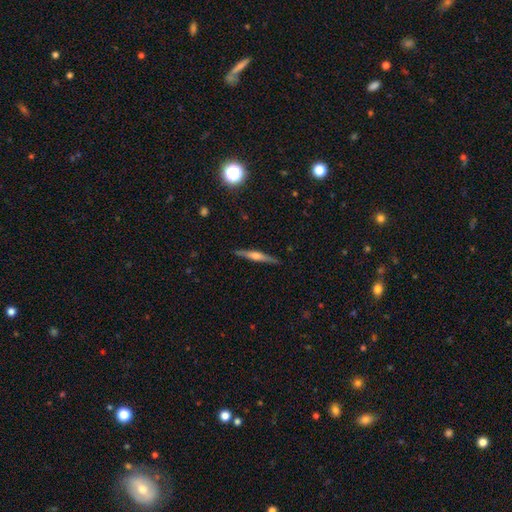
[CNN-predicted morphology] featured or disk 68%, smooth 26%, star or artifact 6%. Down the decision tree: edge-on disk — yes (98%); edge-on bulge — rounded (83%); merging — none (90%).